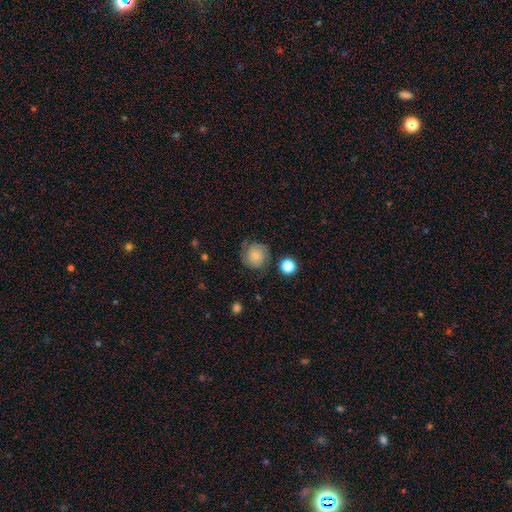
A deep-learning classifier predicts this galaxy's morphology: smooth 56%, featured or disk 34%, star or artifact 10%. Down the decision tree: how rounded — round (89%); merging — none (70%).